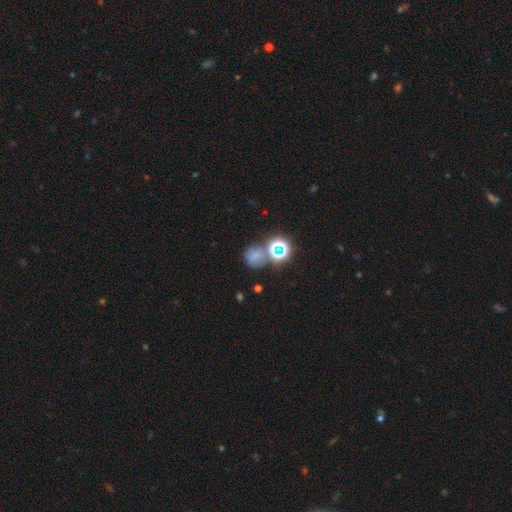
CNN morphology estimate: type=smooth (56%); roundness=round (79%); merging=none (55%).